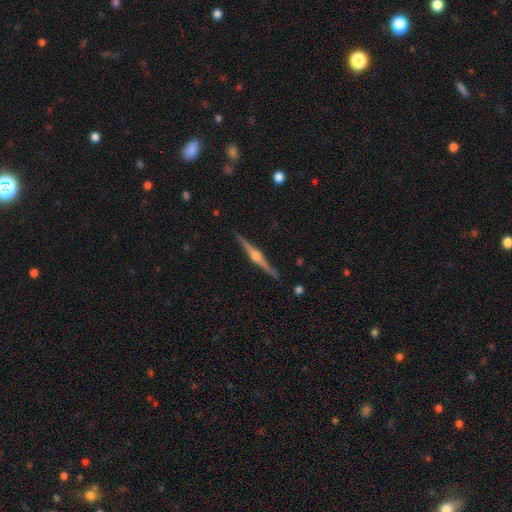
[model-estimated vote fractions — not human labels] The model was most divided on "smooth or featured": featured or disk: 87%, smooth: 8%, star or artifact: 5%. More confident: edge-on disk — yes (99%); edge-on bulge — rounded (92%); merging — none (91%).